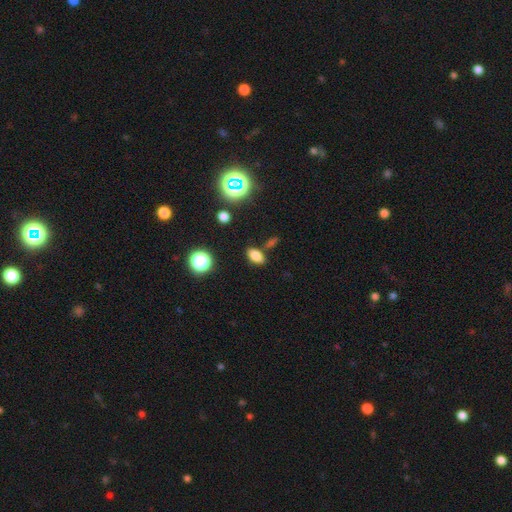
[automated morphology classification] smooth 78%, star or artifact 15%, featured or disk 7%. Down the decision tree: how rounded — in between (87%); merging — none (79%).